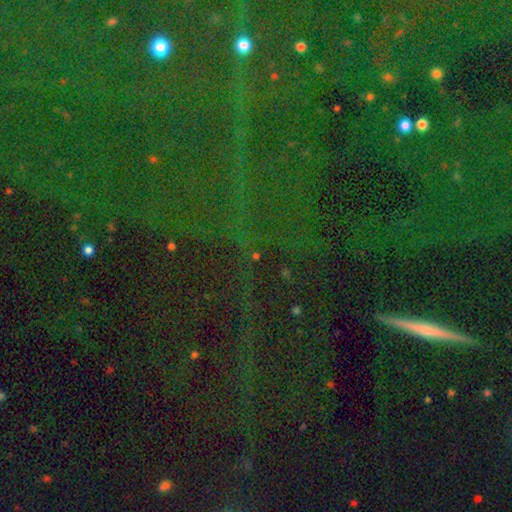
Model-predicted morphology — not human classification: Q: Smooth or featured?
A: star or artifact (78%); runner-up: smooth (14%)